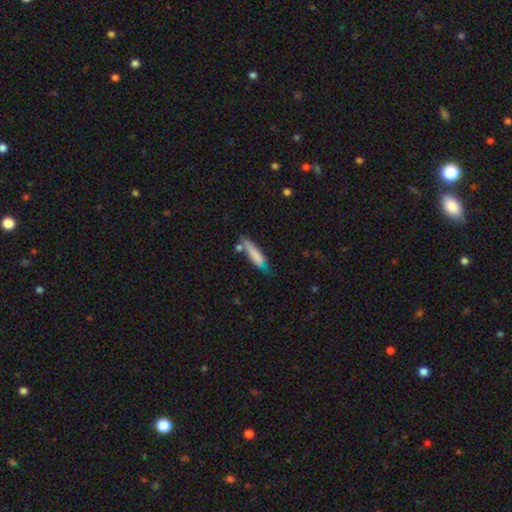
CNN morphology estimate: type=smooth (74%); roundness=cigar-shaped (80%); merging=none (59%).